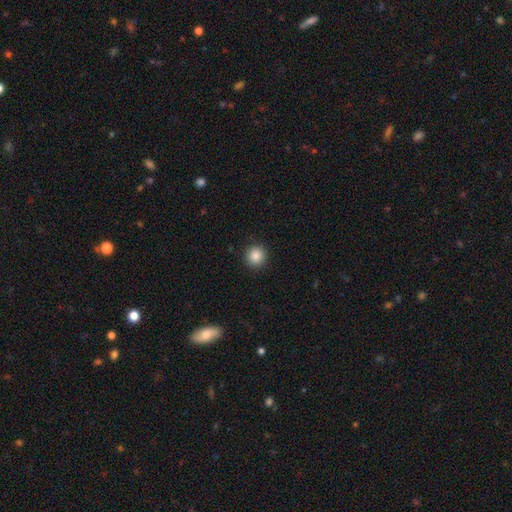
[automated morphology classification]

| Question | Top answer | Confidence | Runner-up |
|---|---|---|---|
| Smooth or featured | smooth | 87% | star or artifact (10%) |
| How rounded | round | 94% | in between (5%) |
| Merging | none | 91% | minor disturbance (6%) |